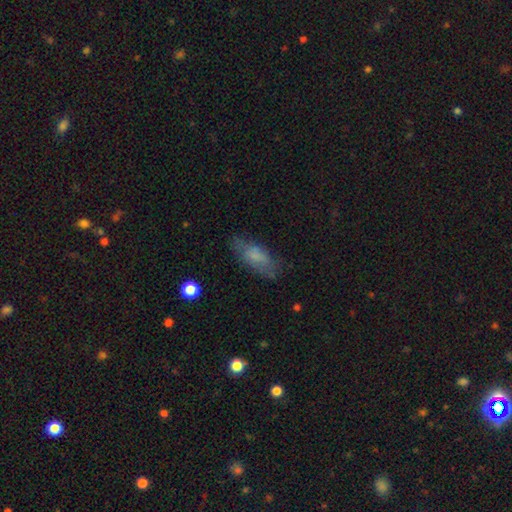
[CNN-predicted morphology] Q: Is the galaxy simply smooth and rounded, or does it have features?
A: smooth — 68%.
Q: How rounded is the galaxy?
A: in between — 74%.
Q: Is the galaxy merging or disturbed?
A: none — 68%.